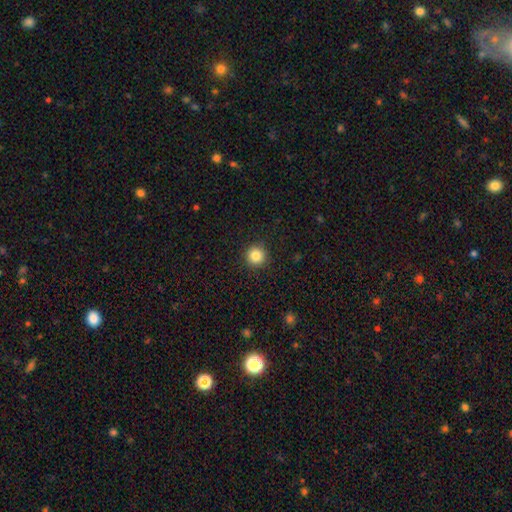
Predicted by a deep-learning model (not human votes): Smooth or featured: smooth — 84% (star or artifact — 11%)
How rounded: round — 95% (in between — 4%)
Merging: none — 92% (minor disturbance — 5%)